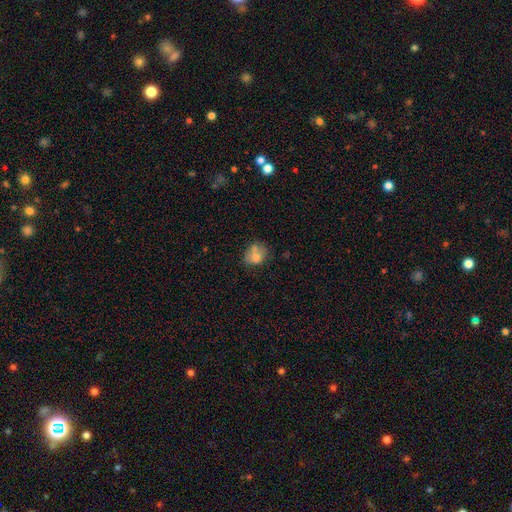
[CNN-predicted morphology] Smooth or featured?
  - smooth: 70% *
  - featured or disk: 20%
  - star or artifact: 11%
How rounded?
  - round: 52% *
  - in between: 47%
  - cigar-shaped: 1%
Merging?
  - none: 43% *
  - merger: 24%
  - minor disturbance: 22%
  - major disturbance: 11%